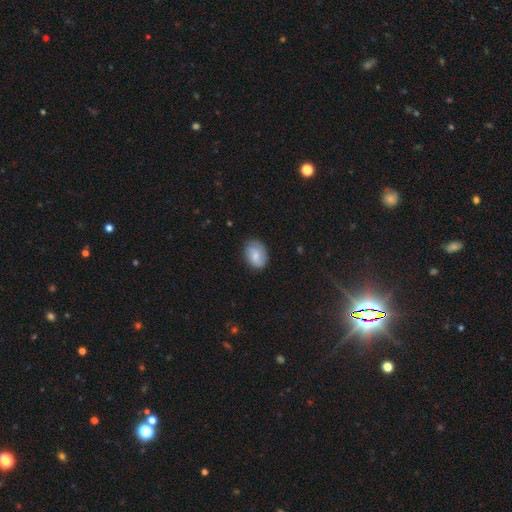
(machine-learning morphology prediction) Q: Smooth or featured?
A: smooth (68%); runner-up: featured or disk (25%)
Q: How rounded?
A: in between (73%); runner-up: round (26%)
Q: Merging?
A: none (71%); runner-up: minor disturbance (23%)